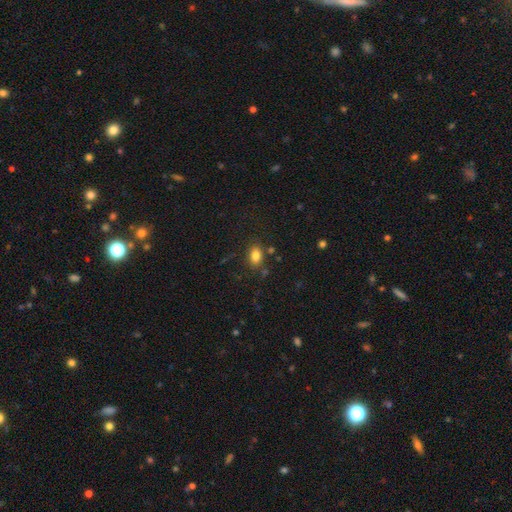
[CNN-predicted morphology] This appears to be a smooth galaxy with no disk features (81%) that is in between round and cigar-shaped (76%). Merging: none (79%).